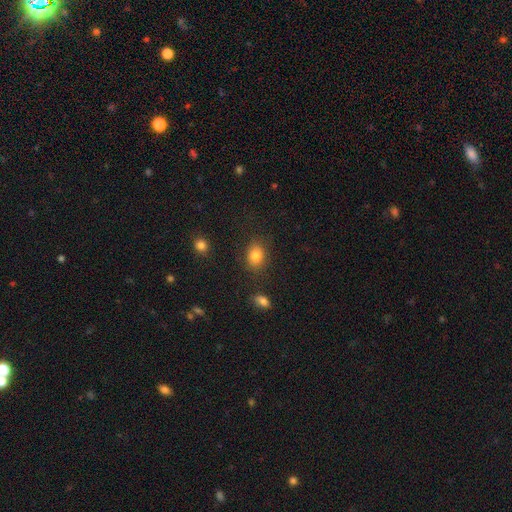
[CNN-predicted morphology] Q: Smooth or featured?
A: smooth (83%); runner-up: star or artifact (10%)
Q: How rounded?
A: in between (59%); runner-up: round (40%)
Q: Merging?
A: none (82%); runner-up: minor disturbance (12%)